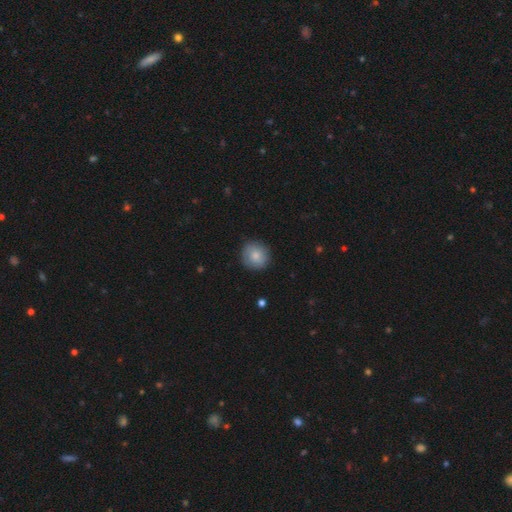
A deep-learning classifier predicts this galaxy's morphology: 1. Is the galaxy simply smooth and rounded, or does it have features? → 83% smooth, 10% featured or disk, 7% star or artifact.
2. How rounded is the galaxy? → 90% round, 9% in between, 1% cigar-shaped.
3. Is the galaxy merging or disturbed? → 87% none, 10% minor disturbance, 2% major disturbance, 1% merger.